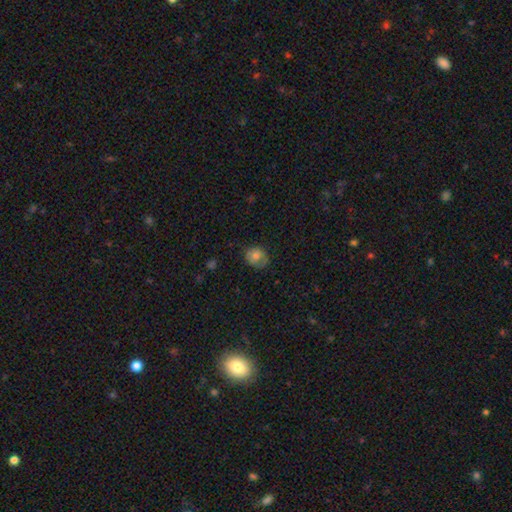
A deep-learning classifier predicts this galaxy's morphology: Smooth or featured? smooth (74%)
How rounded? round (71%)
Merging? none (66%)